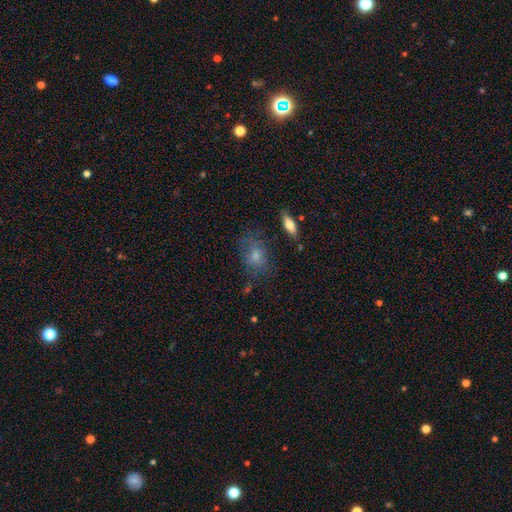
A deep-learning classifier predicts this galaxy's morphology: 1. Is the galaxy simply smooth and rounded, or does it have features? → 56% smooth, 25% featured or disk, 19% star or artifact.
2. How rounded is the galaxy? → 64% in between, 32% round, 3% cigar-shaped.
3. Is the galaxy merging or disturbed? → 67% none, 21% minor disturbance, 9% major disturbance, 4% merger.